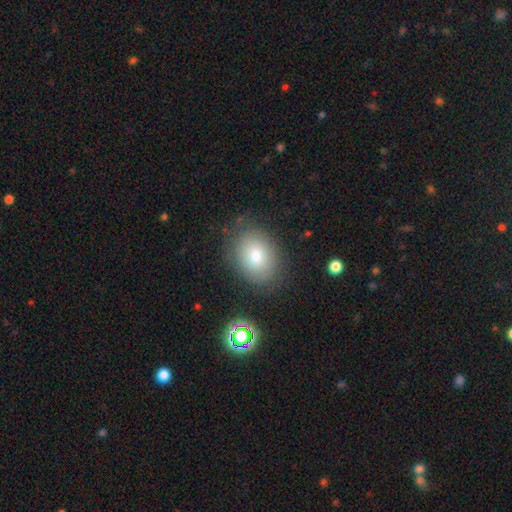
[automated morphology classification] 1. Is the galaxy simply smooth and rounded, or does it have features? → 71% smooth, 17% featured or disk, 12% star or artifact.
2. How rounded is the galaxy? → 63% in between, 37% round, 1% cigar-shaped.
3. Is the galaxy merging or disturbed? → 79% none, 14% minor disturbance, 5% major disturbance, 2% merger.